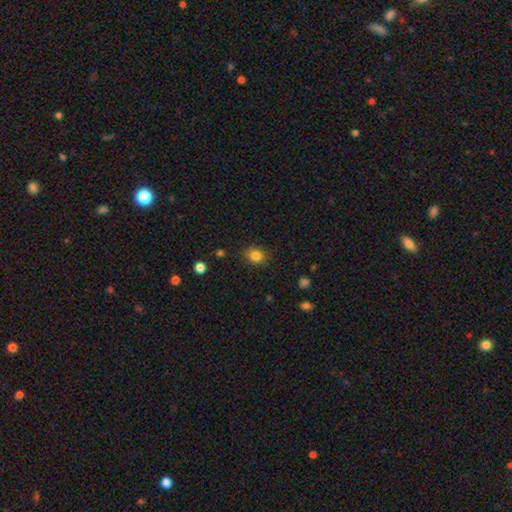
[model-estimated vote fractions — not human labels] Morphology: type=smooth (84%); roundness=round (53%); merging=none (86%).